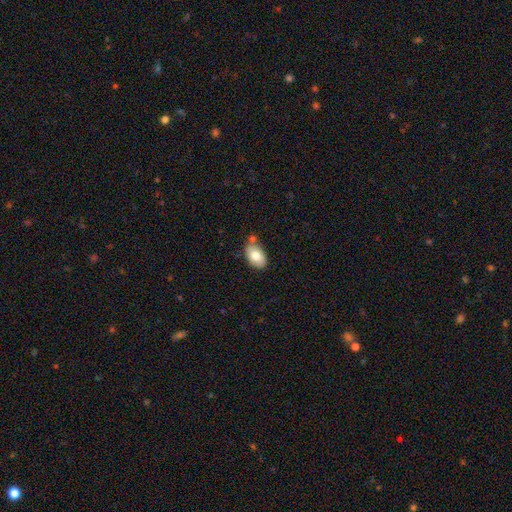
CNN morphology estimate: smooth-or-featured: smooth: 77% | featured or disk: 16% | star or artifact: 7%
  how-rounded: in between: 90% | round: 9% | cigar-shaped: 1%
  merging: none: 65% | minor disturbance: 19% | merger: 12% | major disturbance: 4%